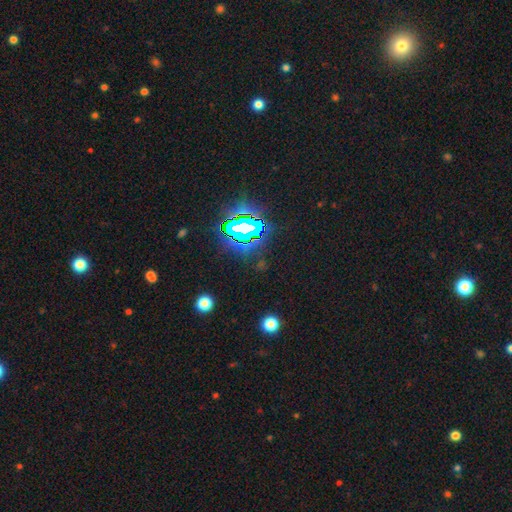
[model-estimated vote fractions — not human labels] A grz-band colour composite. It shows a star or artifact, not a galaxy (84%).